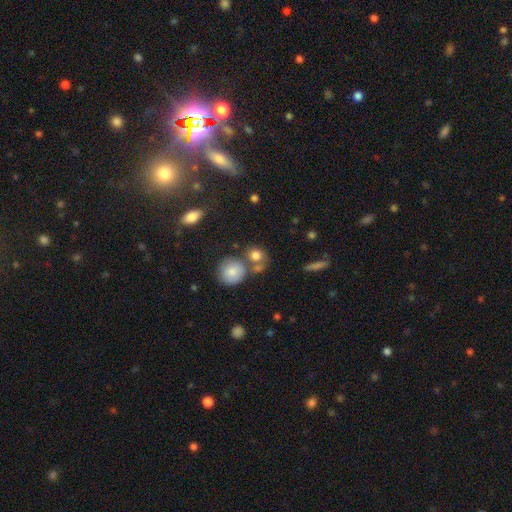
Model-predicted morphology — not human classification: smooth 79%, star or artifact 11%, featured or disk 10%. Down the decision tree: how rounded — round (76%); merging — none (53%).